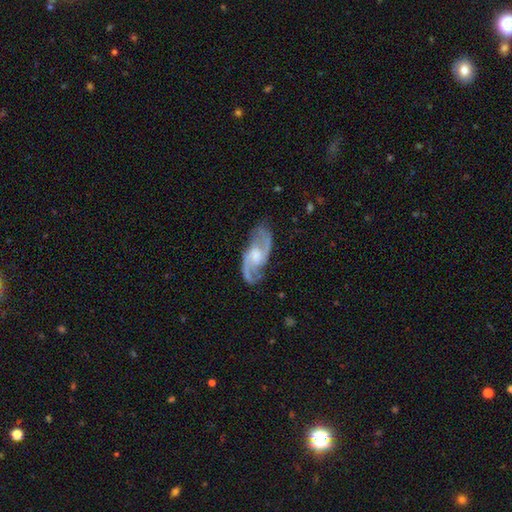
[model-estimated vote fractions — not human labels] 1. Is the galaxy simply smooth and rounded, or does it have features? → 87% featured or disk, 8% smooth, 5% star or artifact.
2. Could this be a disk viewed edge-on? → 95% no, 5% yes.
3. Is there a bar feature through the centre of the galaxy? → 48% weak, 41% no, 11% strong.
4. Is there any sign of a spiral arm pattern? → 96% yes, 4% no.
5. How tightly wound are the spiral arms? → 53% medium, 32% loose, 15% tight.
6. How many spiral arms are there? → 87% 2, 5% can't tell, 4% 3, 2% 1, 1% 4, 1% more than 4.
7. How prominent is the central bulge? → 44% moderate, 31% small, 14% none, 9% large, 1% dominant.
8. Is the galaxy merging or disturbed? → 74% none, 17% minor disturbance, 7% major disturbance, 2% merger.